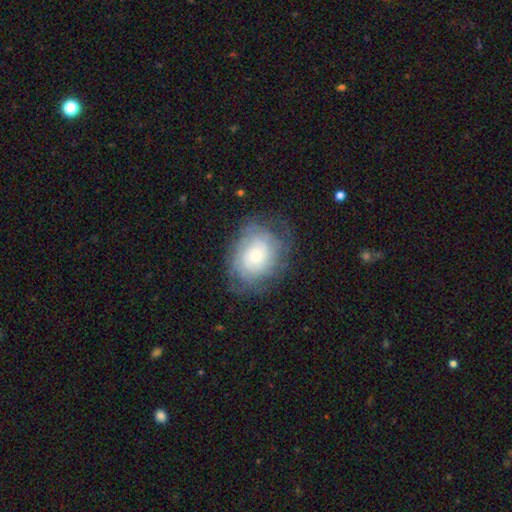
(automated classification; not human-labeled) Smooth or featured?
  - featured or disk: 56% *
  - smooth: 36%
  - star or artifact: 8%
Edge-on disk?
  - no: 97% *
  - yes: 3%
Bar?
  - no: 80% *
  - weak: 17%
  - strong: 3%
Spiral arms?
  - yes: 77% *
  - no: 23%
Bulge size?
  - moderate: 42% *
  - small: 41%
  - large: 13%
  - none: 2%
  - dominant: 2%
Merging?
  - none: 68% *
  - minor disturbance: 20%
  - major disturbance: 11%
  - merger: 1%